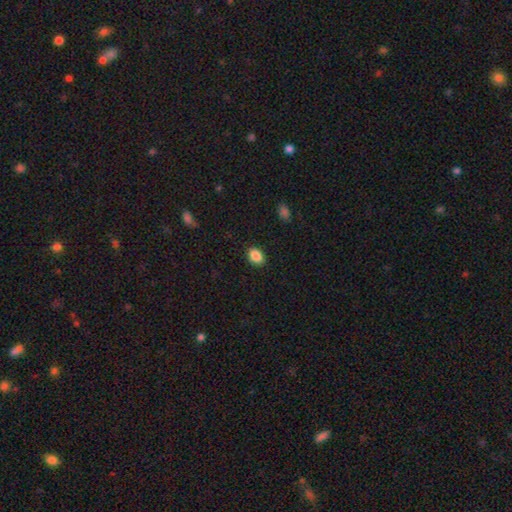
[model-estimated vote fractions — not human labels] Smooth or featured? Predicted: smooth (p=0.89). How rounded? Predicted: in between (p=0.83). Merging? Predicted: none (p=0.88).